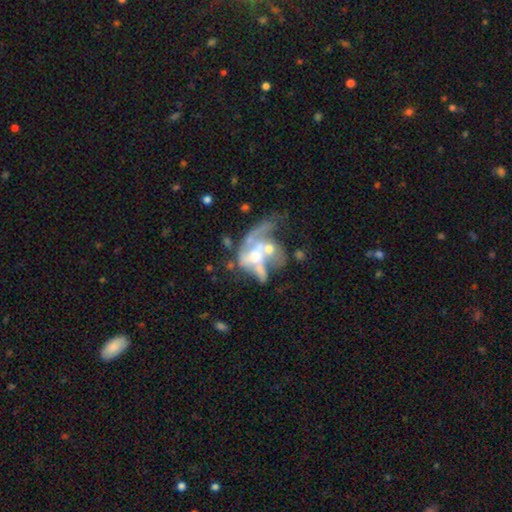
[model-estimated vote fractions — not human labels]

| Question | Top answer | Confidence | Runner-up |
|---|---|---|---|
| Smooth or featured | featured or disk | 67% | smooth (22%) |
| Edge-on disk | no | 97% | yes (3%) |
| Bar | no | 76% | weak (18%) |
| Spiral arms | no | 65% | yes (35%) |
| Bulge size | moderate | 55% | small (19%) |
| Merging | merger | 45% | major disturbance (32%) |